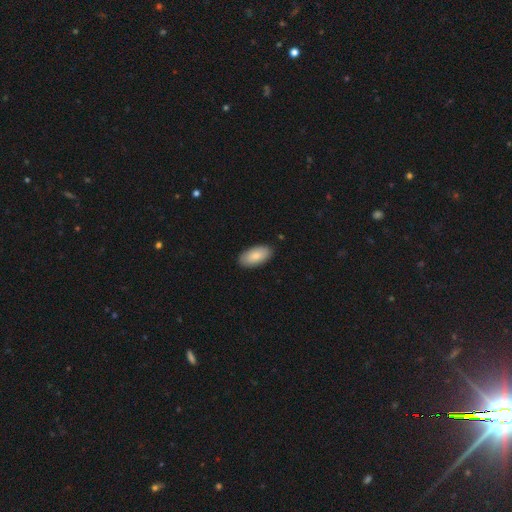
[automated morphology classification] Overall: smooth (84%). How rounded: in between (95%). Merging: none (88%).